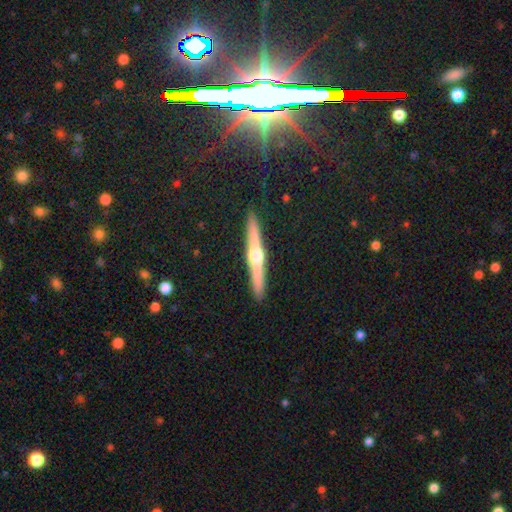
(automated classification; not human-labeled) Overall: featured or disk (74%). Edge-on disk: yes (98%). Edge-on bulge: rounded (93%). Merging: none (92%).